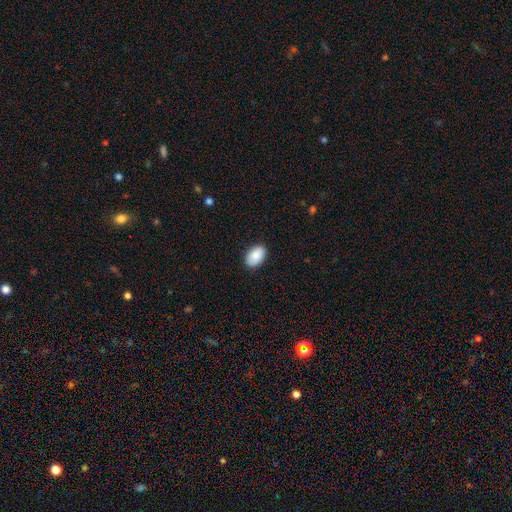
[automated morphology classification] Smooth or featured?
  - smooth: 88% *
  - star or artifact: 6%
  - featured or disk: 6%
How rounded?
  - in between: 91% *
  - round: 8%
  - cigar-shaped: 1%
Merging?
  - none: 87% *
  - minor disturbance: 10%
  - major disturbance: 2%
  - merger: 1%